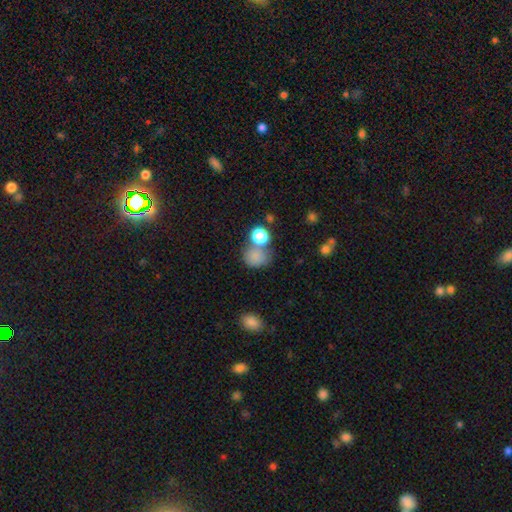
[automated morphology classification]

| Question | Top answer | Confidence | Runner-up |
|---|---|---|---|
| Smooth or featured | smooth | 78% | star or artifact (14%) |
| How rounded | round | 74% | in between (25%) |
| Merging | none | 51% | merger (27%) |